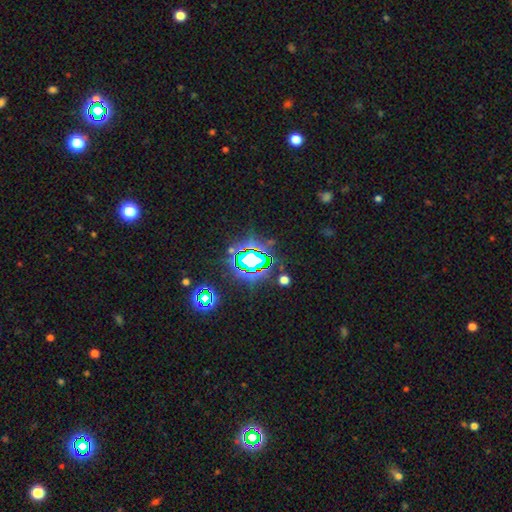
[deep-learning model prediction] A star or artifact, not a galaxy (74%).